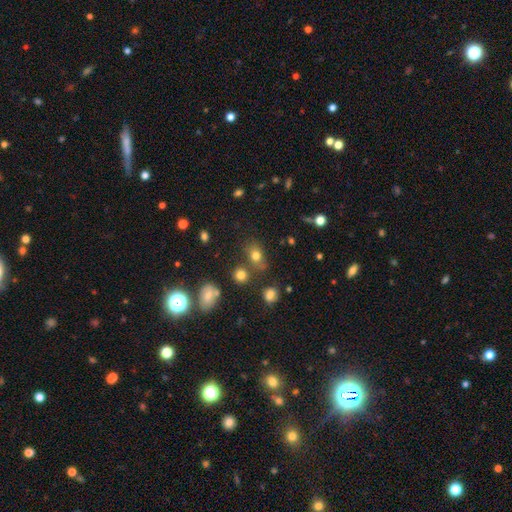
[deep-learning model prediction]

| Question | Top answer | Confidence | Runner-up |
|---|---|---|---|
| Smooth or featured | smooth | 77% | star or artifact (15%) |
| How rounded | in between | 58% | round (40%) |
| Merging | none | 67% | minor disturbance (15%) |